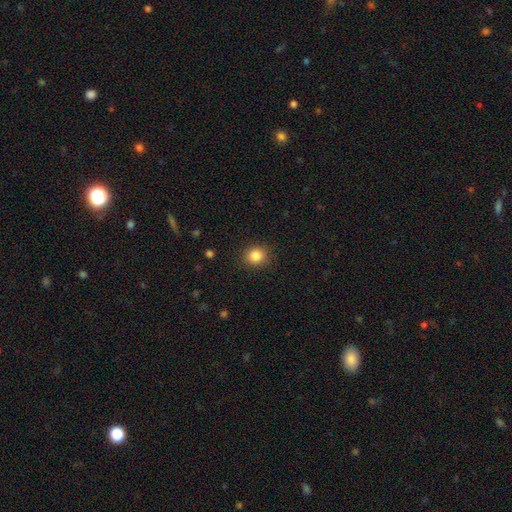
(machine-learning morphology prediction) Q: Smooth or featured?
A: smooth (85%); runner-up: star or artifact (11%)
Q: How rounded?
A: round (85%); runner-up: in between (14%)
Q: Merging?
A: none (89%); runner-up: minor disturbance (7%)